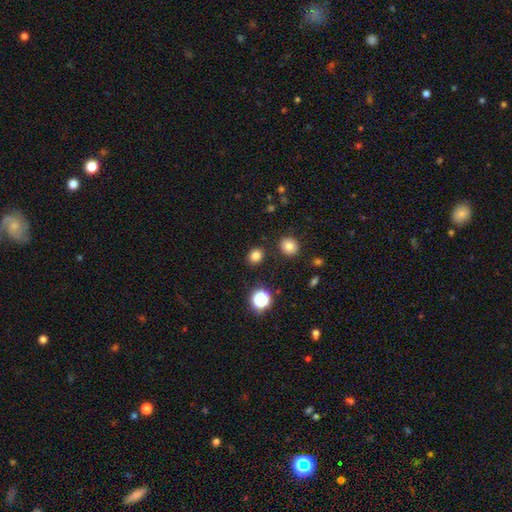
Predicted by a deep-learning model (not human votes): This is likely a smooth galaxy (80%). How rounded: likely round (67%). Merging: clearly none (88%).